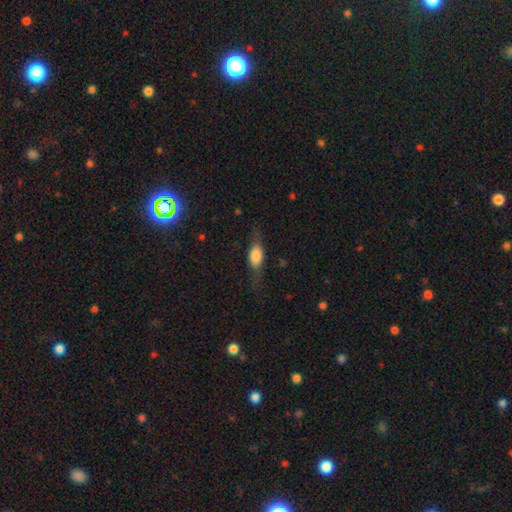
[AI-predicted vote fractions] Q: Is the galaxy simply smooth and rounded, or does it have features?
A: smooth — 57%.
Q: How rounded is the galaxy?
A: in between — 66%.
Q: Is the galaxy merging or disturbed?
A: none — 70%.